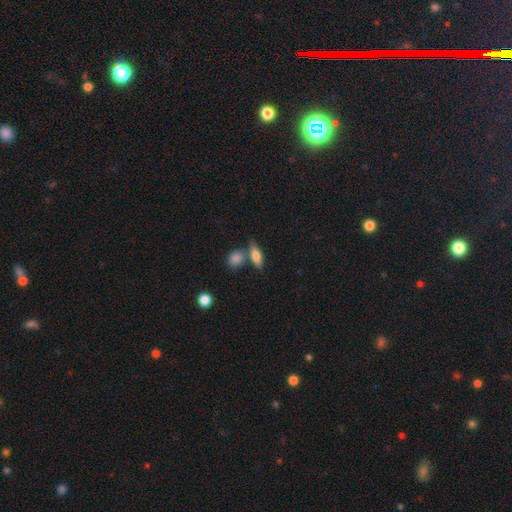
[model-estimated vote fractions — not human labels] Morphology: type=smooth (70%); roundness=in between (61%); merging=none (55%).